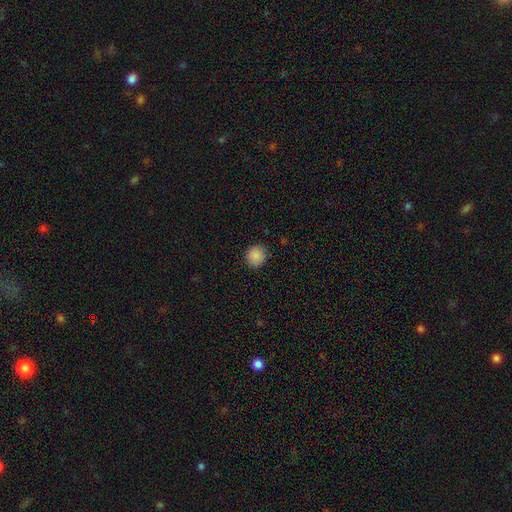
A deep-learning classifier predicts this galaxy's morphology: Smooth or featured: smooth — 88% (star or artifact — 9%)
How rounded: round — 89% (in between — 10%)
Merging: none — 88% (minor disturbance — 8%)